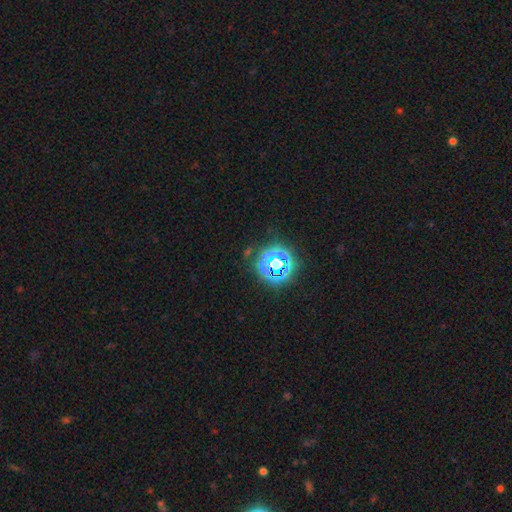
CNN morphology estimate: Smooth or featured?
  - star or artifact: 76% *
  - smooth: 18%
  - featured or disk: 6%